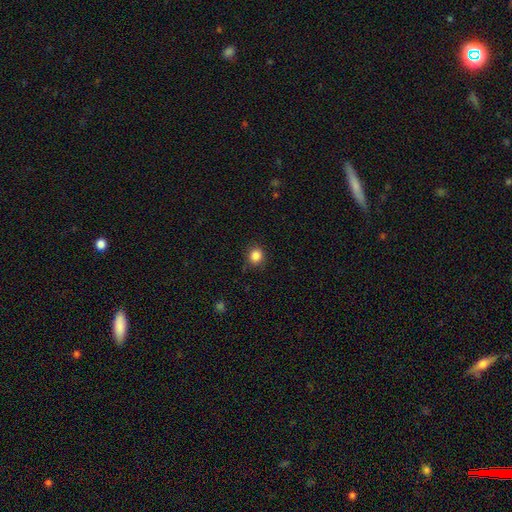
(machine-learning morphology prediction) Smooth or featured? smooth (86%)
How rounded? round (85%)
Merging? none (85%)